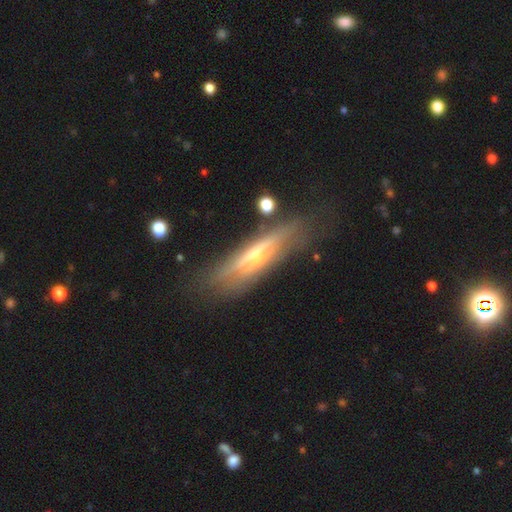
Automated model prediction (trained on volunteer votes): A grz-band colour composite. It shows a featured or disk galaxy (68%) viewed edge-on (86%) with a rounded central bulge (73%). Merging: none (68%).